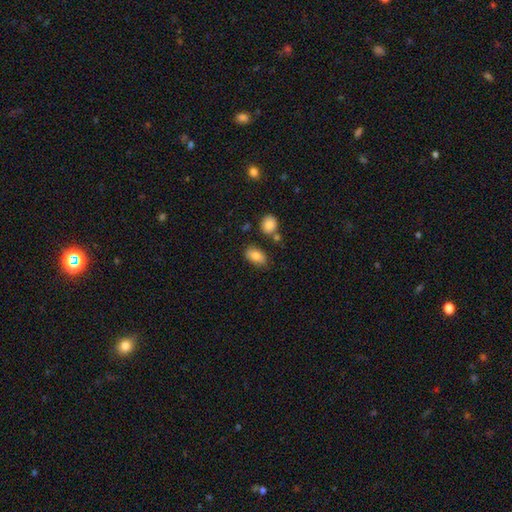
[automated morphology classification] Smooth or featured?
  - smooth: 83% *
  - featured or disk: 9%
  - star or artifact: 8%
How rounded?
  - in between: 91% *
  - round: 7%
  - cigar-shaped: 2%
Merging?
  - none: 78% *
  - minor disturbance: 12%
  - merger: 7%
  - major disturbance: 3%